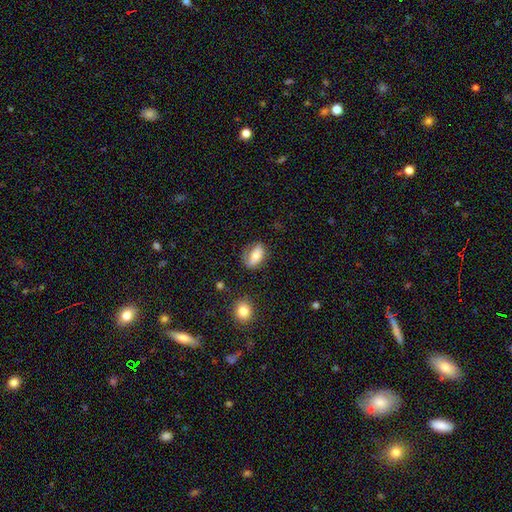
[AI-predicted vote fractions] A smooth galaxy with no disk features (65%) that is in between round and cigar-shaped (85%). Merging: none (64%).